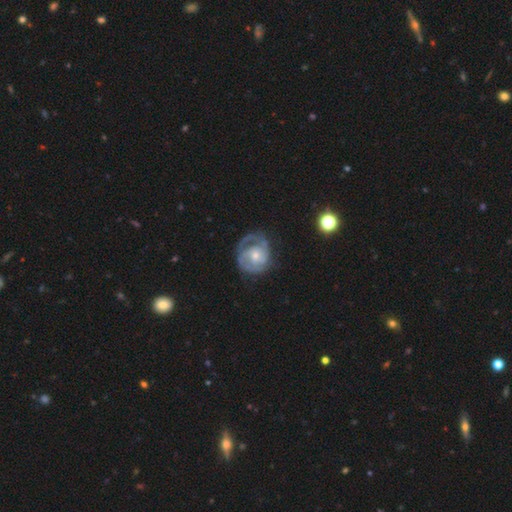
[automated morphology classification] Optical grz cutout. It shows a featured or disk galaxy (79%) with no bar (74%), 2 (34%) tight (57%) spiral arms (89%) and a small central bulge (50%). Merging: none (57%).